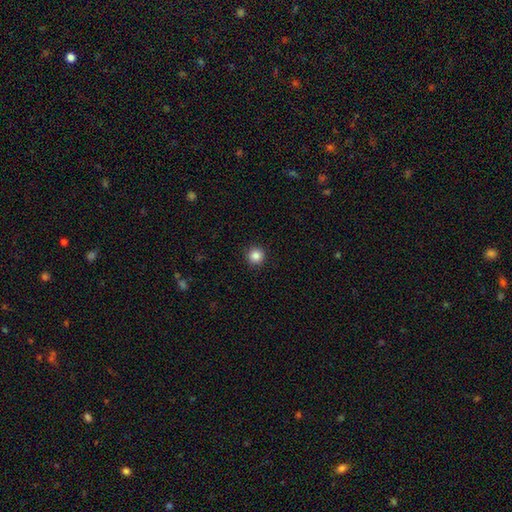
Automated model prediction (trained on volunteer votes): Smooth or featured?
  - smooth: 86% *
  - star or artifact: 10%
  - featured or disk: 4%
How rounded?
  - round: 96% *
  - in between: 3%
  - cigar-shaped: 1%
Merging?
  - none: 93% *
  - minor disturbance: 4%
  - major disturbance: 2%
  - merger: 1%